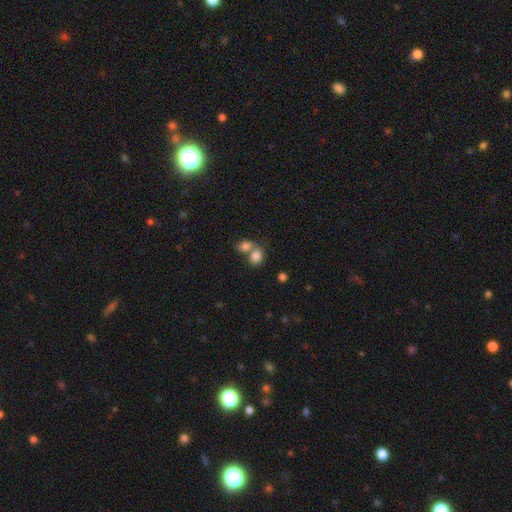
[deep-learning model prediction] Overall: smooth (81%). How rounded: round (50%; in between 49%). Merging: merger (59%; none 30%).